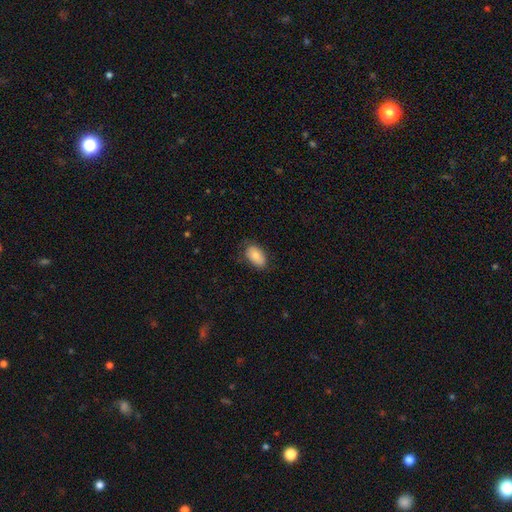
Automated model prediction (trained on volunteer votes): Smooth or featured: smooth — 79% (featured or disk — 14%)
How rounded: in between — 92% (round — 6%)
Merging: none — 71% (minor disturbance — 23%)